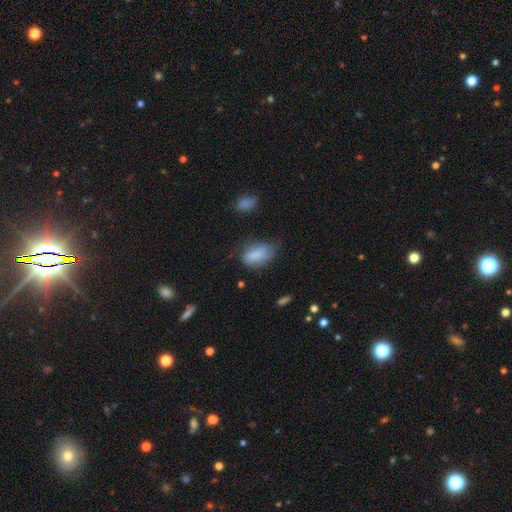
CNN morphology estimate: smooth 82%, featured or disk 10%, star or artifact 8%. Down the decision tree: how rounded — in between (89%); merging — none (52%).